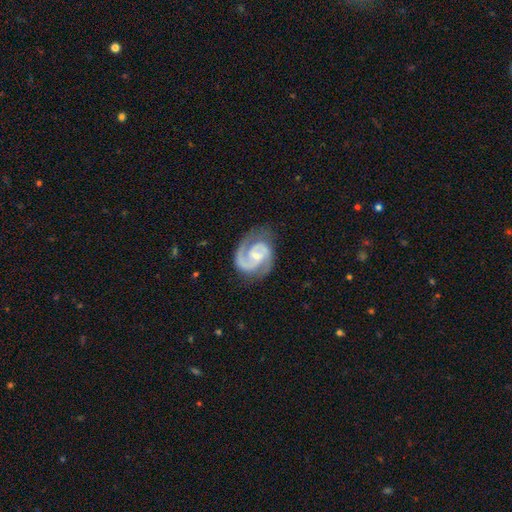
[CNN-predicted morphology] Smooth or featured?
  - featured or disk: 91% *
  - smooth: 4%
  - star or artifact: 4%
Edge-on disk?
  - no: 98% *
  - yes: 2%
Bar?
  - weak: 45% *
  - no: 41%
  - strong: 14%
Spiral arms?
  - yes: 98% *
  - no: 2%
Spiral winding?
  - medium: 50% *
  - tight: 41%
  - loose: 9%
Spiral arm count?
  - 2: 88% *
  - 1: 5%
  - can't tell: 3%
  - 3: 3%
  - 4: 1%
  - more than 4: 1%
Bulge size?
  - small: 57% *
  - moderate: 35%
  - none: 6%
  - large: 2%
  - dominant: 1%
Merging?
  - none: 74% *
  - minor disturbance: 18%
  - major disturbance: 7%
  - merger: 1%